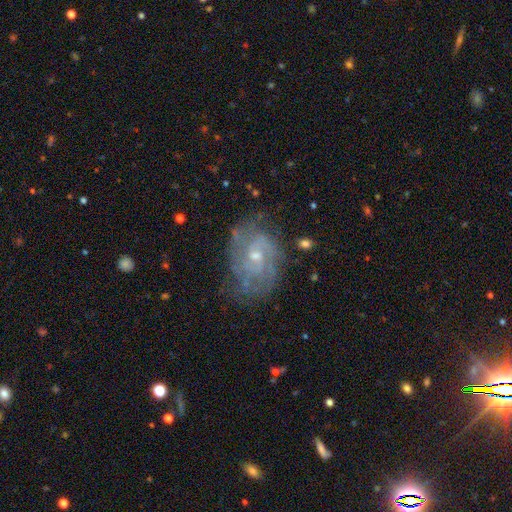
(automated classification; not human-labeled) Overall: featured or disk (82%). Edge-on disk: no (97%). Bar: no (62%; weak 33%). Spiral arms: yes (91%). Spiral arm count: can't tell (34%; 2 31%). Spiral winding: tight (53%; medium 37%). Bulge size: small (59%; moderate 37%). Merging: none (69%).